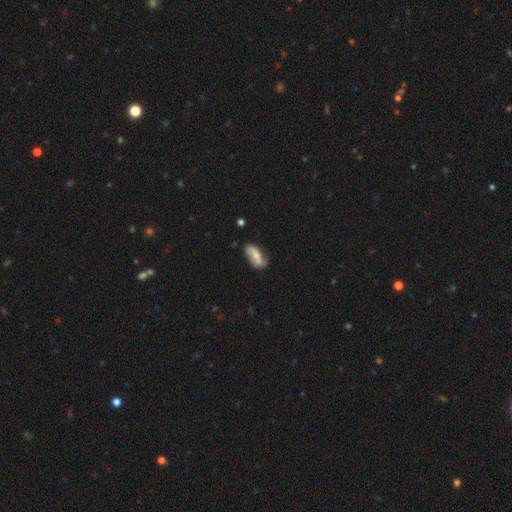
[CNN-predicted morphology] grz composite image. It shows a featured or disk galaxy (48%). Merging: none (63%).